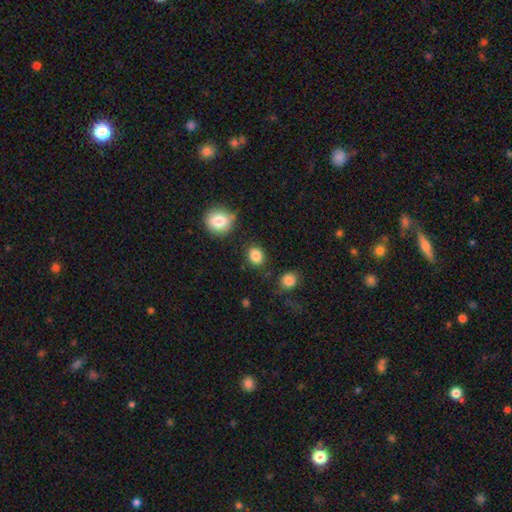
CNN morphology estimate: smooth-or-featured: smooth: 85% | star or artifact: 10% | featured or disk: 5%
  how-rounded: round: 56% | in between: 43% | cigar-shaped: 1%
  merging: none: 83% | minor disturbance: 10% | merger: 4% | major disturbance: 3%